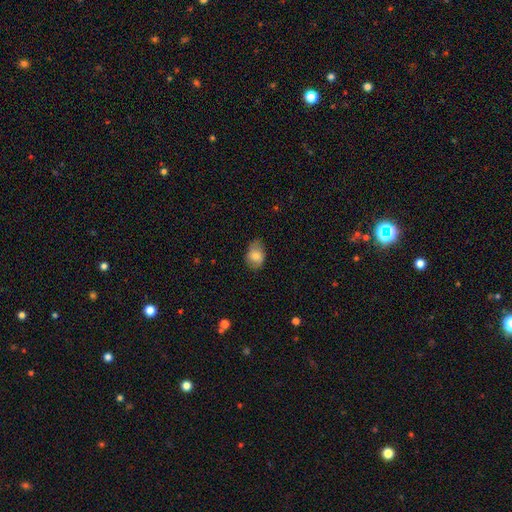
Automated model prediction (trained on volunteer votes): Smooth or featured? Predicted: smooth (p=0.78). How rounded? Predicted: in between (p=0.77). Merging? Predicted: none (p=0.71).